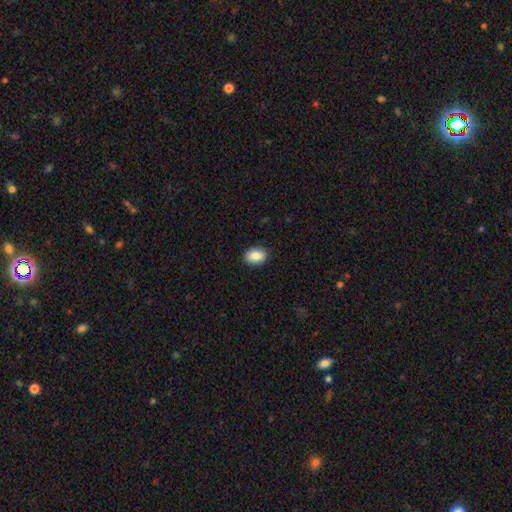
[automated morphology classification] The model was most divided on "how rounded": in between: 72%, round: 26%, cigar-shaped: 1%. More confident: merging — none (89%); smooth or featured — smooth (85%).